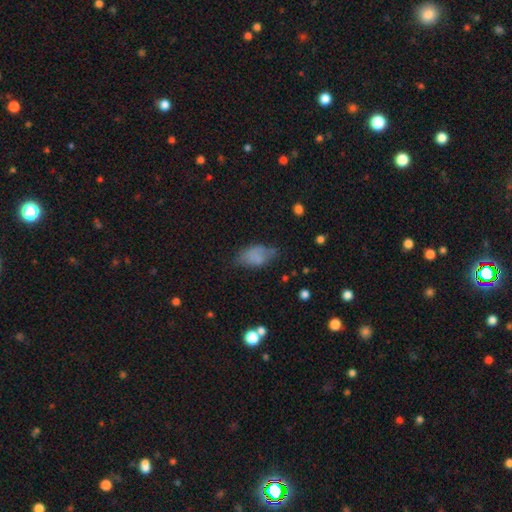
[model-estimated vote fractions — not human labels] A smooth galaxy with no disk features (73%) that is in between round and cigar-shaped (91%). Merging: none (52%).